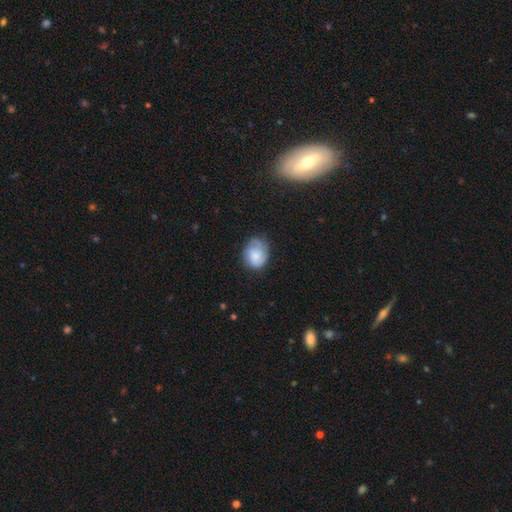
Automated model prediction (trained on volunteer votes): Smooth or featured? smooth (64%)
How rounded? round (50%)
Merging? none (58%)